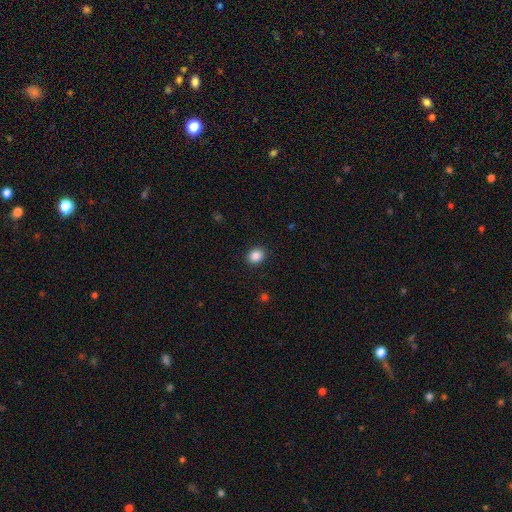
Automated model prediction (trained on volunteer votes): The model was most divided on "how rounded": in between: 51%, round: 49%, cigar-shaped: 1%. More confident: merging — none (90%); smooth or featured — smooth (87%).